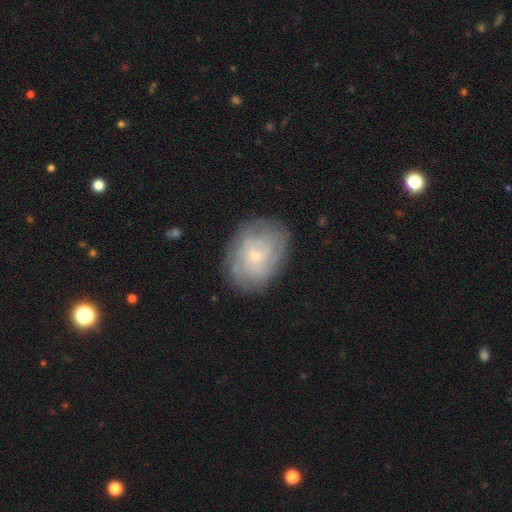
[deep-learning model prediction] Smooth or featured: featured or disk — 56% (smooth — 36%)
Edge-on disk: no — 96% (yes — 4%)
Bar: no — 71% (weak — 25%)
Spiral arms: yes — 74% (no — 26%)
Bulge size: small — 52% (moderate — 36%)
Merging: none — 73% (minor disturbance — 19%)